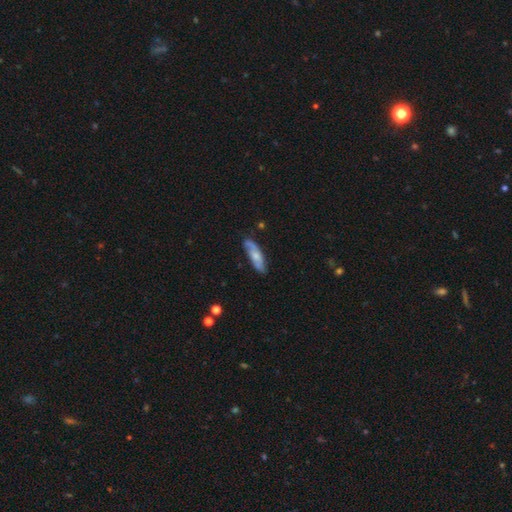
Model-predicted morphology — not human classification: Q: Smooth or featured?
A: featured or disk (52%); runner-up: smooth (42%)
Q: Edge-on disk?
A: no (72%); runner-up: yes (28%)
Q: Merging?
A: none (76%); runner-up: minor disturbance (18%)